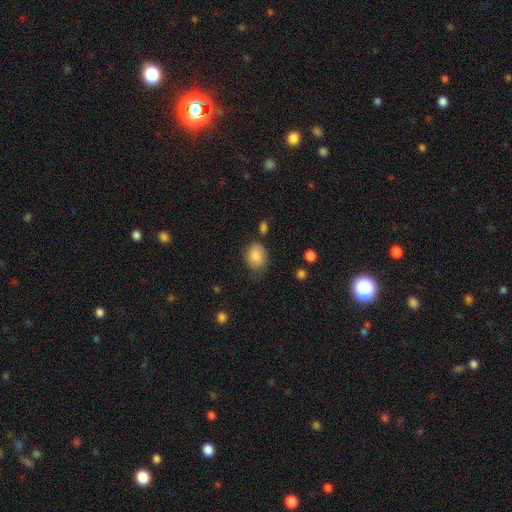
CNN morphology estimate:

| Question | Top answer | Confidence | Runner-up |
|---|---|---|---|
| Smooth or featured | smooth | 84% | featured or disk (9%) |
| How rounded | in between | 65% | round (34%) |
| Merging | none | 68% | minor disturbance (24%) |